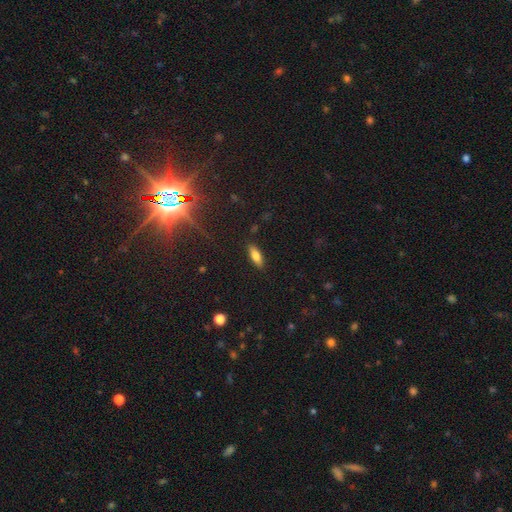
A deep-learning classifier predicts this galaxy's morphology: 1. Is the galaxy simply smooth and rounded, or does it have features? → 78% smooth, 13% featured or disk, 9% star or artifact.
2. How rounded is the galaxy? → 67% in between, 31% cigar-shaped, 2% round.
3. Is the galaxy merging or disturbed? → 88% none, 9% minor disturbance, 2% major disturbance, 1% merger.